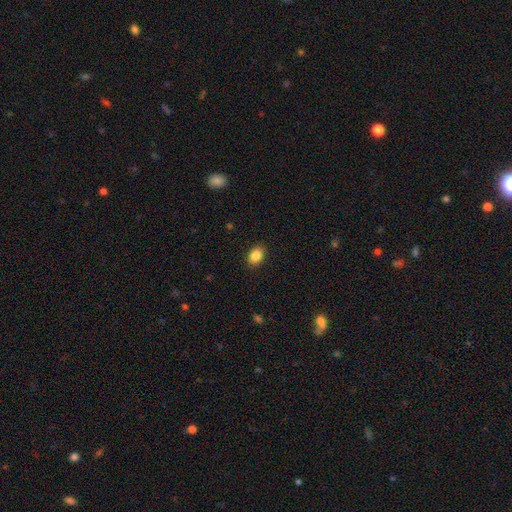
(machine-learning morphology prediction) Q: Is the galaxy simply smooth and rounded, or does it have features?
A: smooth — 87%.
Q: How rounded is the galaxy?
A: in between — 69%.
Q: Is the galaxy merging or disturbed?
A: none — 89%.